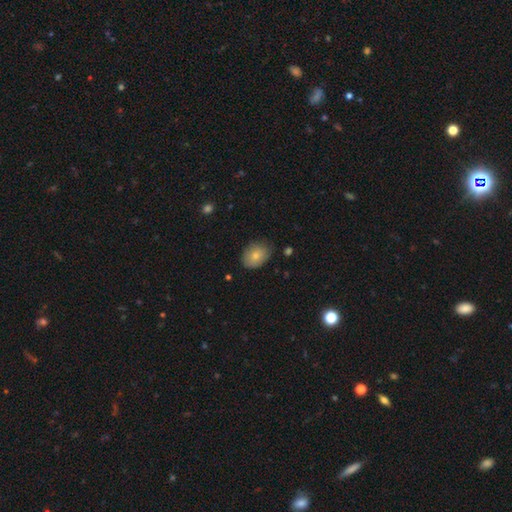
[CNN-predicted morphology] Smooth or featured? Predicted: smooth (p=0.79). How rounded? Predicted: in between (p=0.72). Merging? Predicted: none (p=0.73).